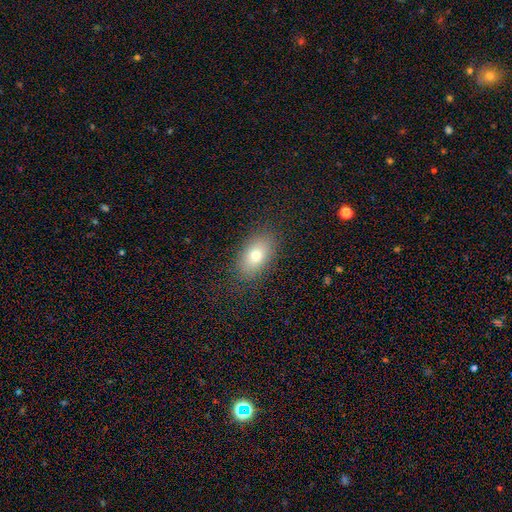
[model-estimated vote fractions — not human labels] smooth 74%, featured or disk 15%, star or artifact 10%. Down the decision tree: how rounded — in between (87%); merging — none (86%).